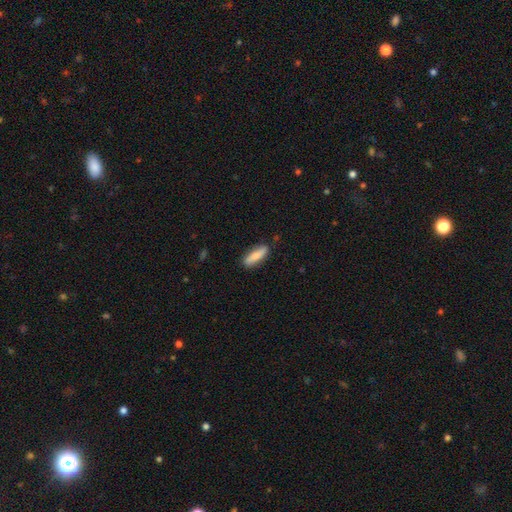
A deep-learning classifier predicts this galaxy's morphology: Smooth or featured? smooth (76%)
How rounded? cigar-shaped (56%)
Merging? none (84%)